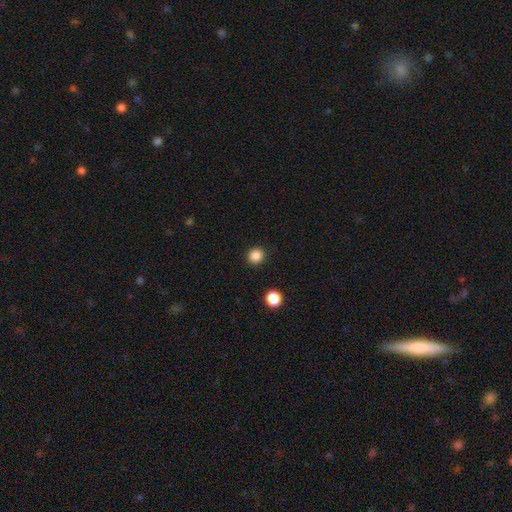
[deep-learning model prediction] A smooth galaxy with no disk features (86%) that is round (87%). Merging: none (91%).